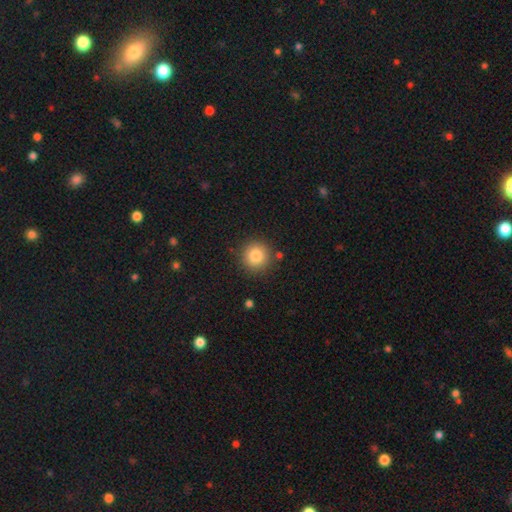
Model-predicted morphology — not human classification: A smooth galaxy with no disk features (83%) that is round (94%).

Vote fractions:
- Smooth or featured? smooth: 83% / star or artifact: 10% / featured or disk: 7%
- How rounded? round: 94% / in between: 5% / cigar-shaped: 1%
- Merging? none: 87% / minor disturbance: 8% / merger: 3% / major disturbance: 3%